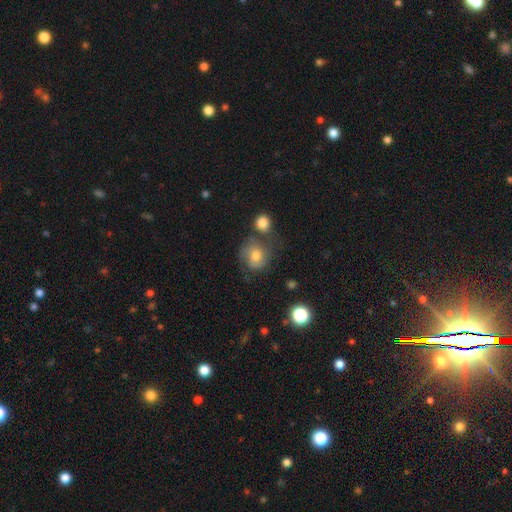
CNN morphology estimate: This is possibly a featured or disk galaxy (47%). Merging: possibly none (58%).